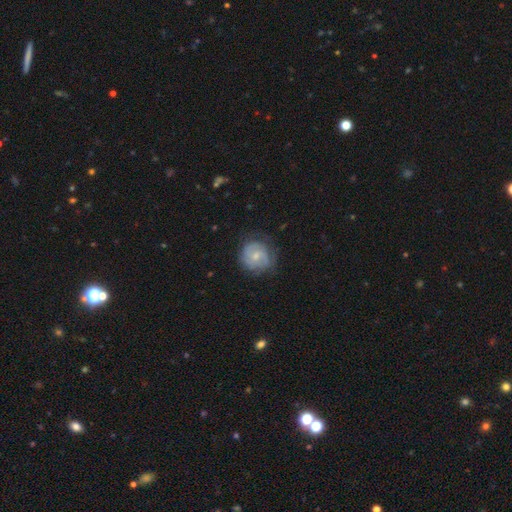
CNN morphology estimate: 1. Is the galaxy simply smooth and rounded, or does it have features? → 59% featured or disk, 35% smooth, 6% star or artifact.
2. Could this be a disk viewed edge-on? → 98% no, 2% yes.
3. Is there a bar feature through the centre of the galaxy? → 53% no, 41% weak, 6% strong.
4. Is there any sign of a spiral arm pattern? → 82% yes, 18% no.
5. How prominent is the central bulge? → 53% small, 39% moderate, 6% none, 2% large, 1% dominant.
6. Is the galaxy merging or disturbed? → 68% none, 21% minor disturbance, 9% major disturbance, 1% merger.